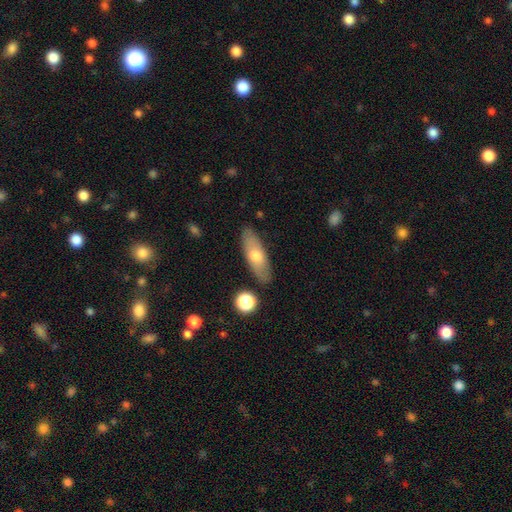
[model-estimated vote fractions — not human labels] Q: Smooth or featured?
A: smooth (61%); runner-up: featured or disk (32%)
Q: How rounded?
A: in between (62%); runner-up: cigar-shaped (35%)
Q: Merging?
A: none (86%); runner-up: minor disturbance (10%)